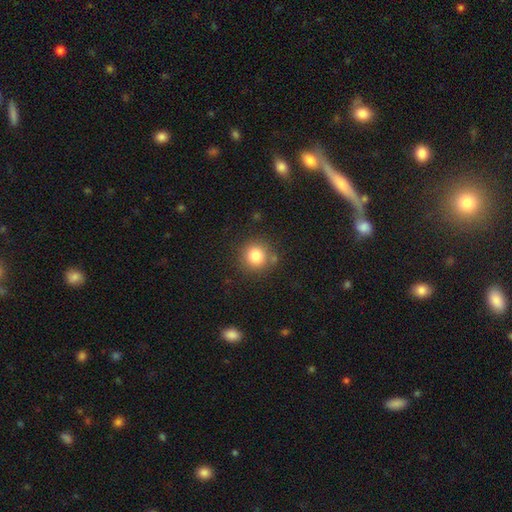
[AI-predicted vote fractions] Smooth or featured? Predicted: smooth (p=0.82). How rounded? Predicted: round (p=0.92). Merging? Predicted: none (p=0.81).